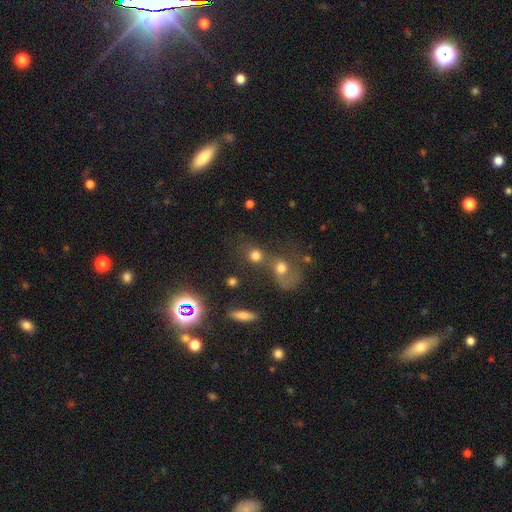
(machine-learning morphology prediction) smooth-or-featured: smooth: 71% | star or artifact: 16% | featured or disk: 13%
  how-rounded: round: 78% | in between: 20% | cigar-shaped: 2%
  merging: merger: 47% | none: 36% | major disturbance: 9% | minor disturbance: 8%